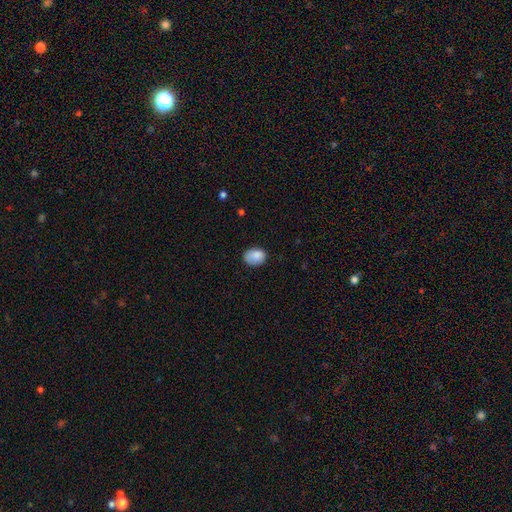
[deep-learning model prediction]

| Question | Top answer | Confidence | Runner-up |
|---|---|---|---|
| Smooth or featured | smooth | 87% | star or artifact (8%) |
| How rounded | in between | 71% | round (28%) |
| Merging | none | 74% | minor disturbance (21%) |